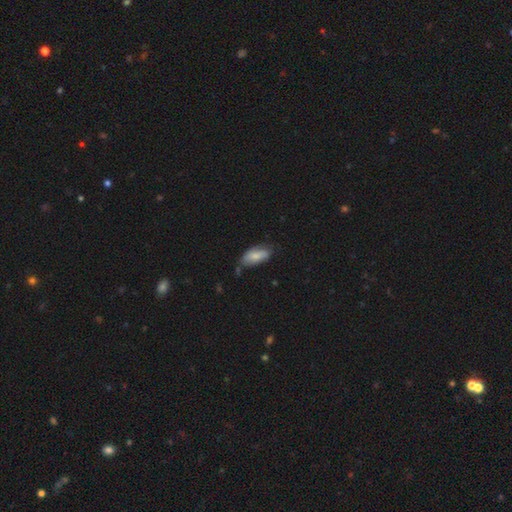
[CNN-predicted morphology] smooth_or_featured: smooth (p=0.74) [alt: featured or disk p=0.19]
how_rounded: in between (p=0.88) [alt: cigar-shaped p=0.10]
merging: none (p=0.55) [alt: minor disturbance p=0.34]